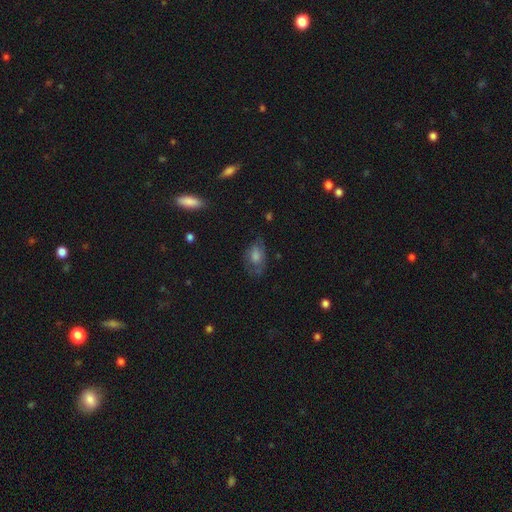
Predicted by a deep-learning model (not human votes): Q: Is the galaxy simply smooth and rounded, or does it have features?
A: smooth — 43%.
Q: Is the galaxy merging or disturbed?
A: none — 61%.